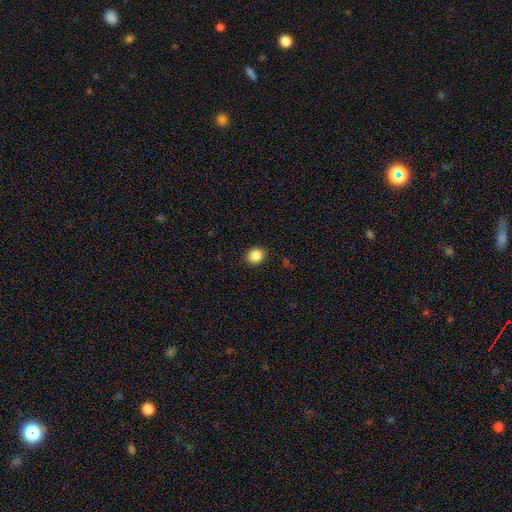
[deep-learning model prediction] A smooth galaxy with no disk features (86%) that is round (67%). Merging: none (89%).